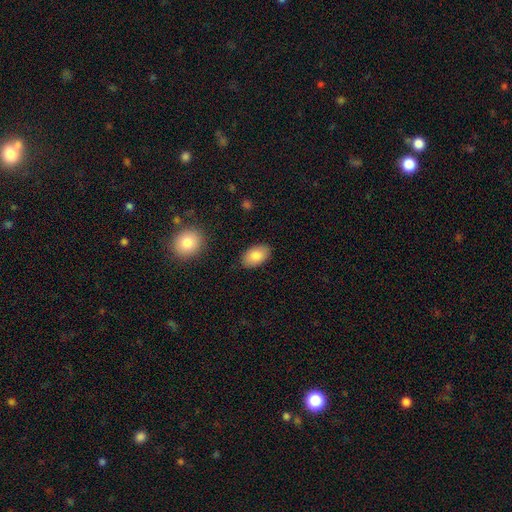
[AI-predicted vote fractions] Q: Smooth or featured?
A: smooth (85%); runner-up: featured or disk (9%)
Q: How rounded?
A: in between (93%); runner-up: round (5%)
Q: Merging?
A: none (87%); runner-up: minor disturbance (10%)